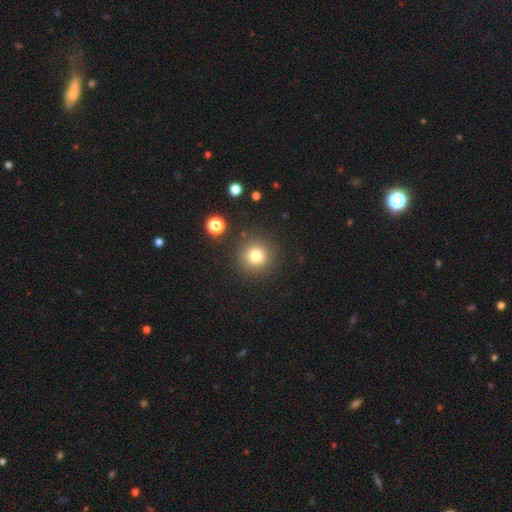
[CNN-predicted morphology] This appears to be a smooth galaxy with no disk features (78%) that is round (95%). Merging: none (88%).